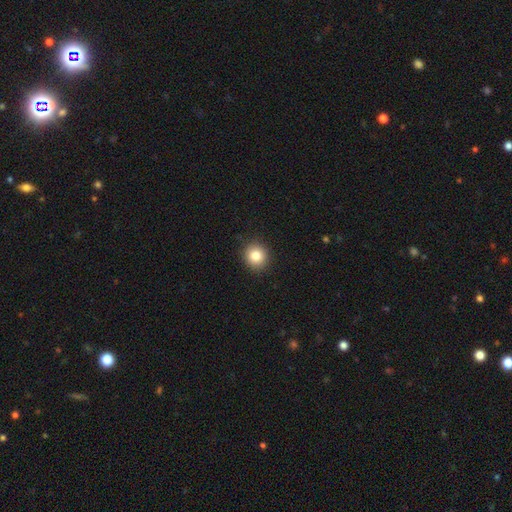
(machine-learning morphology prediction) A smooth galaxy with no disk features (84%) that is round (89%). Merging: none (91%).